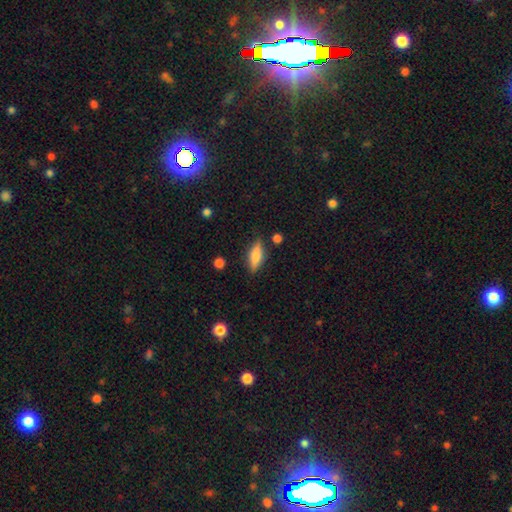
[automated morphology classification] The model was most divided on "how rounded": in between: 53%, cigar-shaped: 45%, round: 3%. More confident: merging — none (82%); smooth or featured — smooth (68%).